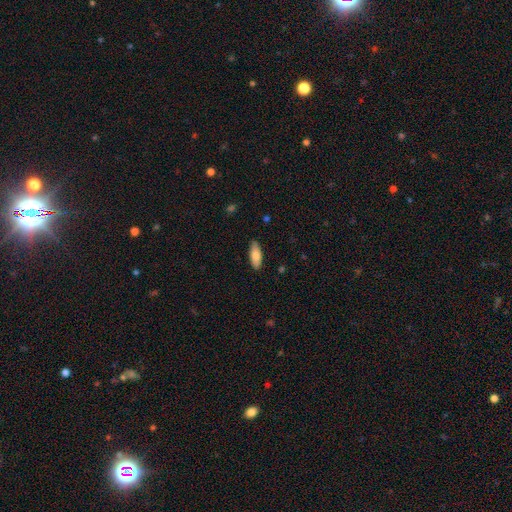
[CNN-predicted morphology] A smooth galaxy with no disk features (79%) that is in between round and cigar-shaped (73%). Merging: none (86%).